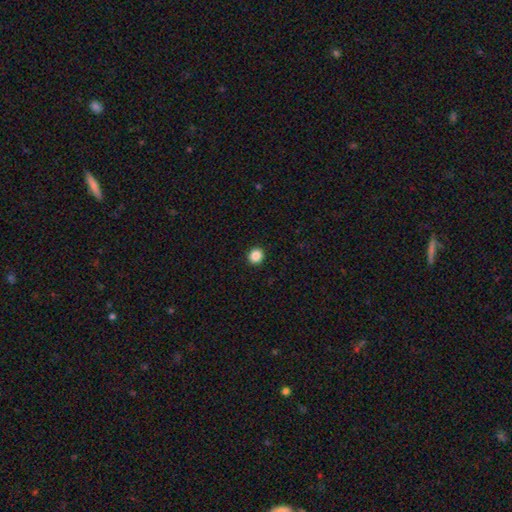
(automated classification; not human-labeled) Smooth or featured?
  - smooth: 87% *
  - star or artifact: 10%
  - featured or disk: 3%
How rounded?
  - round: 90% *
  - in between: 9%
  - cigar-shaped: 1%
Merging?
  - none: 93% *
  - minor disturbance: 4%
  - major disturbance: 2%
  - merger: 1%